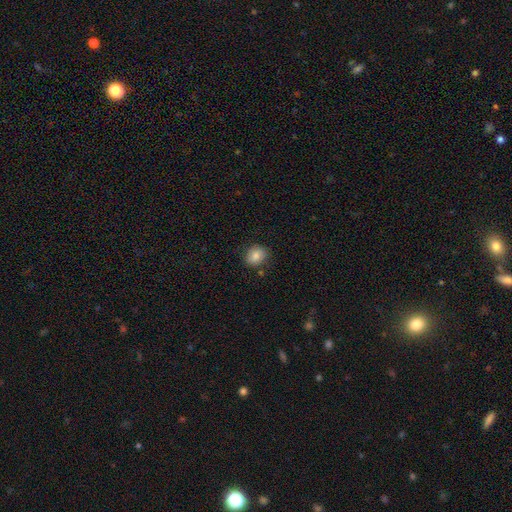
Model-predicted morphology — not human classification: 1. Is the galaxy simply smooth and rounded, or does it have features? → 85% smooth, 9% star or artifact, 7% featured or disk.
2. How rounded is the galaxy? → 62% round, 37% in between, 1% cigar-shaped.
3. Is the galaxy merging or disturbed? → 82% none, 12% minor disturbance, 3% major disturbance, 3% merger.